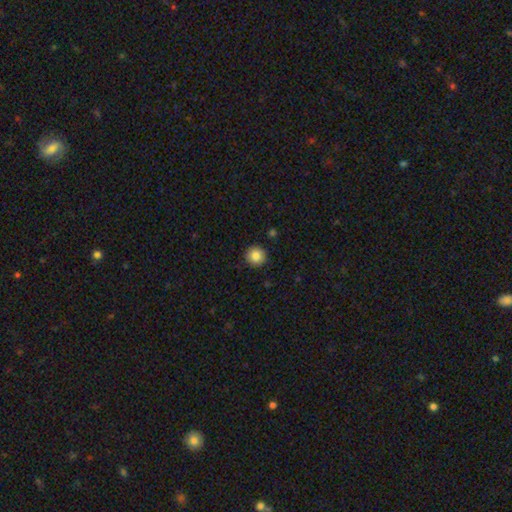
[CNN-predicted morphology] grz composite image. It shows a smooth galaxy with no disk features (85%) that is round (94%). Merging: none (91%).